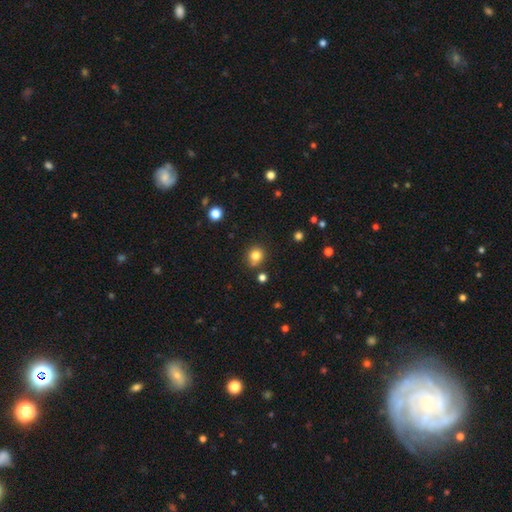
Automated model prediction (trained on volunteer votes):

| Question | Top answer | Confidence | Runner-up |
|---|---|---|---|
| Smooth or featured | smooth | 81% | star or artifact (13%) |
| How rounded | round | 83% | in between (16%) |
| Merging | none | 75% | minor disturbance (14%) |